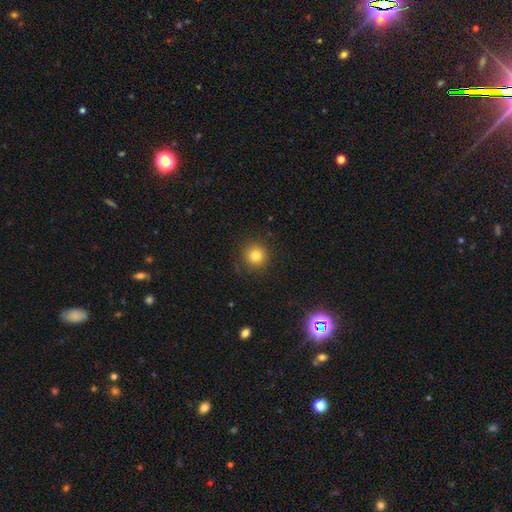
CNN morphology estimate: Smooth or featured? smooth (82%)
How rounded? round (94%)
Merging? none (89%)